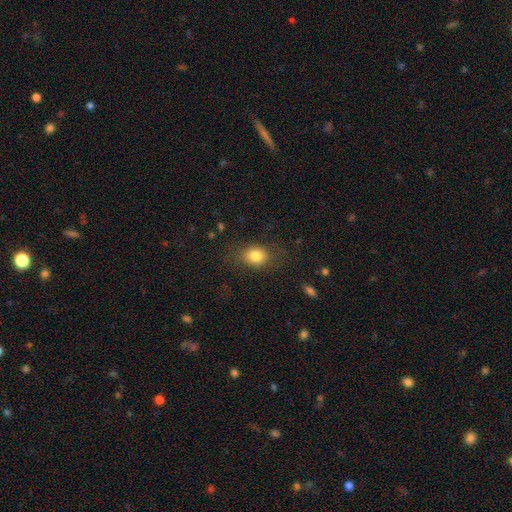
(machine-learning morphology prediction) Q: Smooth or featured?
A: smooth (81%); runner-up: star or artifact (10%)
Q: How rounded?
A: in between (57%); runner-up: round (41%)
Q: Merging?
A: none (75%); runner-up: minor disturbance (16%)